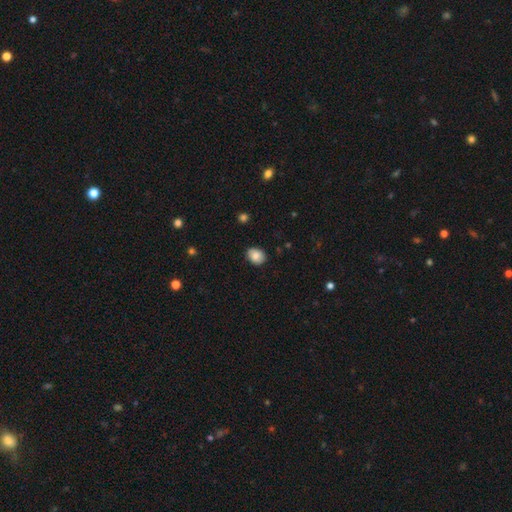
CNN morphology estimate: type=smooth (84%); roundness=in between (56%); merging=none (82%).